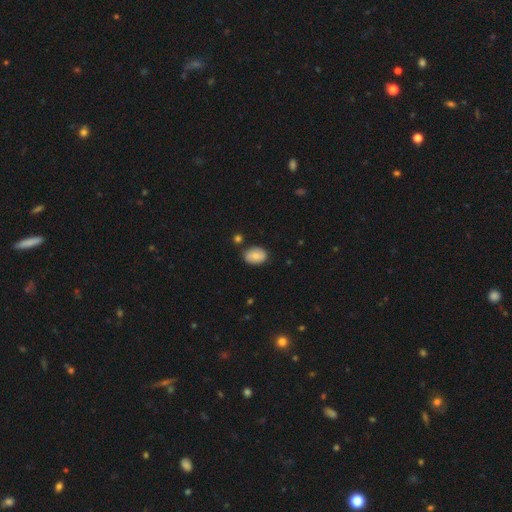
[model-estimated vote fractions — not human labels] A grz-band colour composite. It shows a smooth galaxy with no disk features (80%) that is in between round and cigar-shaped (74%). Merging: none (81%).